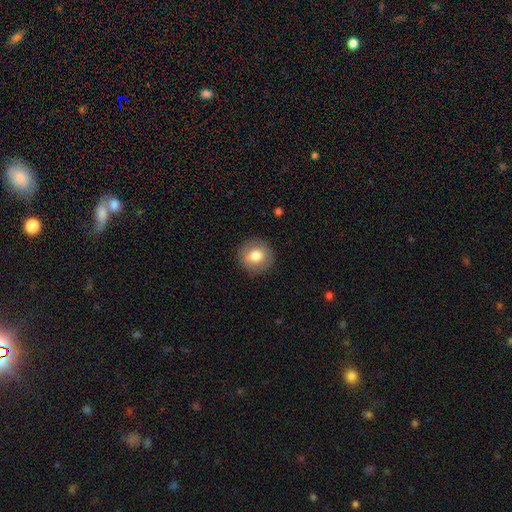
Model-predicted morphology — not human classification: Overall: smooth (78%). How rounded: round (91%). Merging: none (89%).